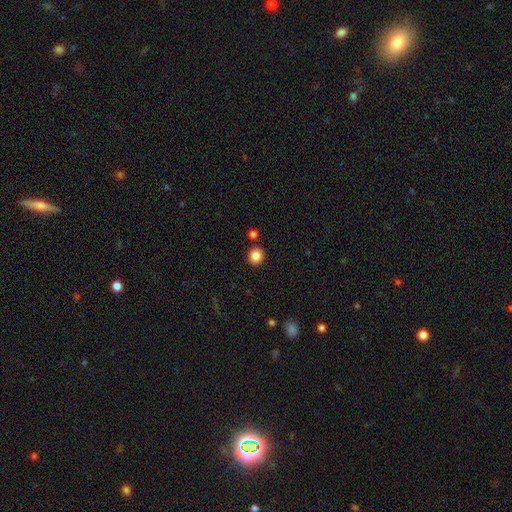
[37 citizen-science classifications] This is clearly a smooth galaxy (95%). How rounded: clearly round (83%). Merging: clearly none (86%).